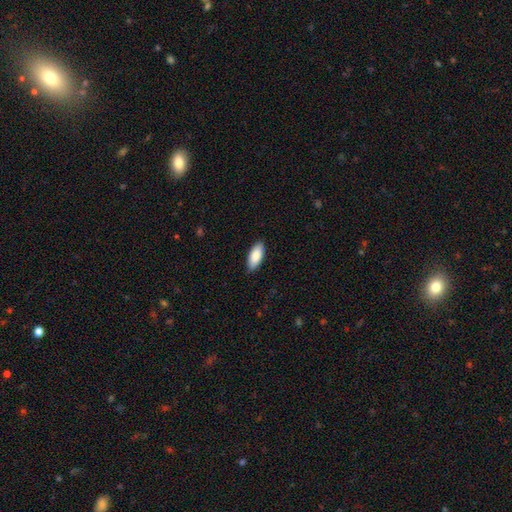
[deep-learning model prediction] Smooth or featured? Predicted: smooth (p=0.87). How rounded? Predicted: in between (p=0.87). Merging? Predicted: none (p=0.87).